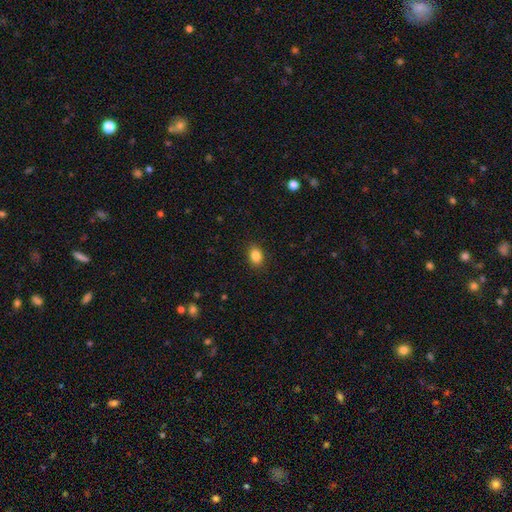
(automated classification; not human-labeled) This appears to be a smooth galaxy with no disk features (85%) that is in between round and cigar-shaped (70%). Merging: none (89%).